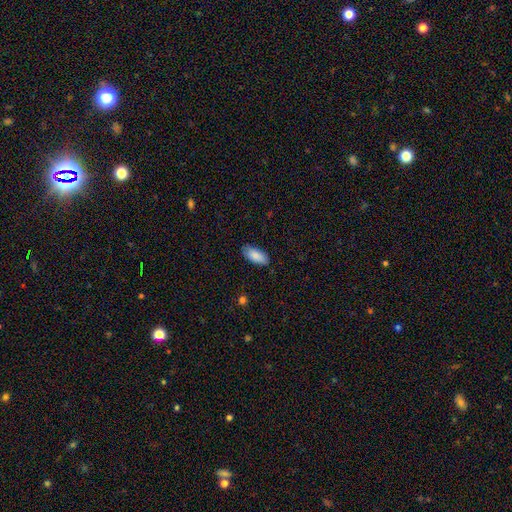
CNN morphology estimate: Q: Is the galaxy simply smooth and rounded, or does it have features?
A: smooth — 87%.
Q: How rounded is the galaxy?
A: in between — 90%.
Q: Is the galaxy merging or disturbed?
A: none — 83%.